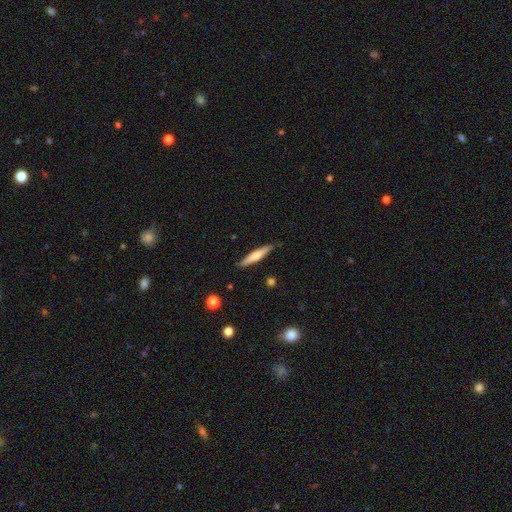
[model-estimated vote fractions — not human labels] smooth-or-featured: smooth: 56% | featured or disk: 39% | star or artifact: 6%
  how-rounded: cigar-shaped: 91% | in between: 7% | round: 1%
  merging: none: 86% | minor disturbance: 11% | major disturbance: 2% | merger: 1%